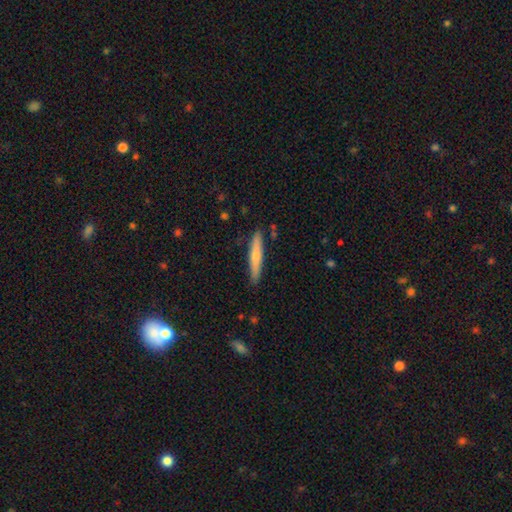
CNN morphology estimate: This appears to be a smooth galaxy with no disk features (63%) that is cigar-shaped (92%). Merging: none (88%).